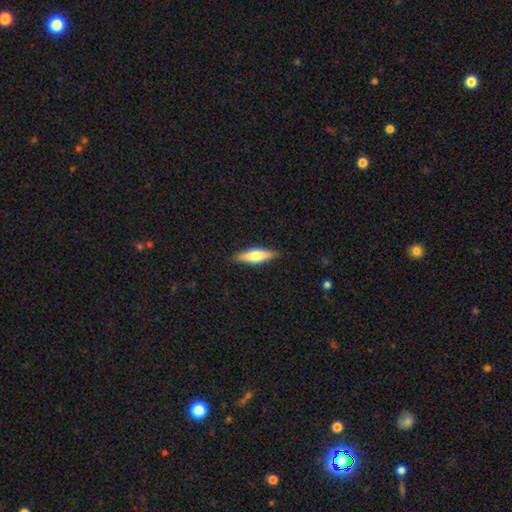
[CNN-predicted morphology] Q: Smooth or featured?
A: smooth (55%); runner-up: featured or disk (39%)
Q: How rounded?
A: cigar-shaped (59%); runner-up: in between (39%)
Q: Merging?
A: none (87%); runner-up: minor disturbance (10%)